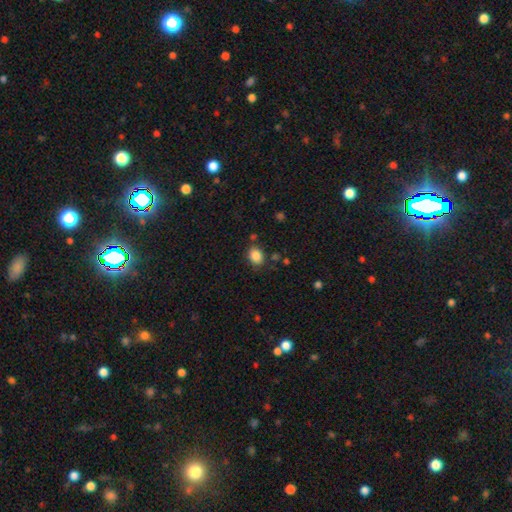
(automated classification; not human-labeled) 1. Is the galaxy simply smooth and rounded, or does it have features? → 86% smooth, 10% star or artifact, 4% featured or disk.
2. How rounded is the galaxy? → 52% in between, 47% round, 1% cigar-shaped.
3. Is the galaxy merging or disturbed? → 79% none, 13% minor disturbance, 4% merger, 4% major disturbance.